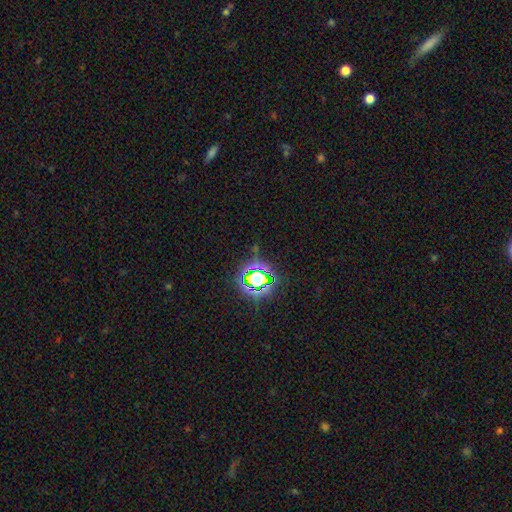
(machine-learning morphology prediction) The model was most divided on "smooth or featured": star or artifact: 78%, smooth: 15%, featured or disk: 7%.